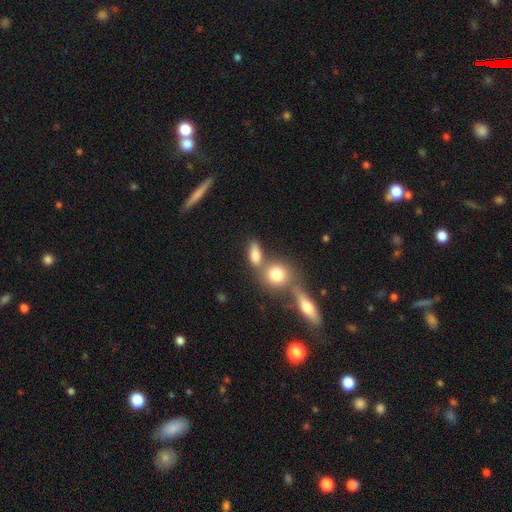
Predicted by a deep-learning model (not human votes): smooth-or-featured: smooth: 68% | featured or disk: 18% | star or artifact: 14%
  how-rounded: in between: 46% | round: 37% | cigar-shaped: 17%
  merging: none: 51% | merger: 34% | minor disturbance: 11% | major disturbance: 5%